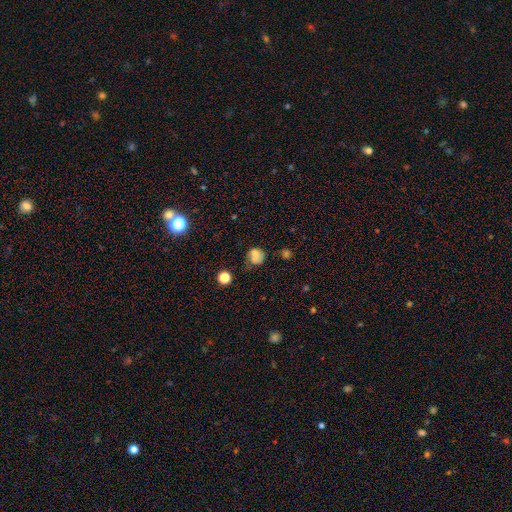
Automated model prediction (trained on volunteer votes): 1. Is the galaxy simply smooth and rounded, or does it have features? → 64% smooth, 21% featured or disk, 16% star or artifact.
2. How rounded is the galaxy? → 68% round, 31% in between, 1% cigar-shaped.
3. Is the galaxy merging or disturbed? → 56% none, 28% minor disturbance, 13% major disturbance, 4% merger.